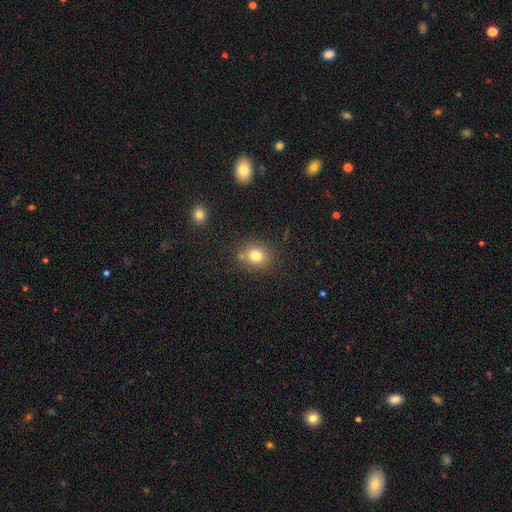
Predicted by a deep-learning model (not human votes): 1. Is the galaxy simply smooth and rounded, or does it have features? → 78% smooth, 13% star or artifact, 9% featured or disk.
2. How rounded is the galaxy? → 76% round, 23% in between, 1% cigar-shaped.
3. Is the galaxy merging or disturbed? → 74% none, 12% minor disturbance, 11% merger, 4% major disturbance.